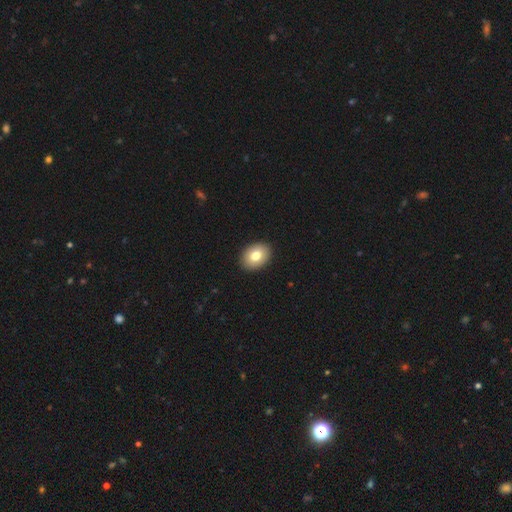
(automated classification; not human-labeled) A smooth galaxy with no disk features (79%) that is in between round and cigar-shaped (72%).

Vote fractions:
- Smooth or featured? smooth: 79% / featured or disk: 13% / star or artifact: 8%
- How rounded? in between: 72% / round: 27% / cigar-shaped: 1%
- Merging? none: 92% / minor disturbance: 6% / major disturbance: 2% / merger: 1%